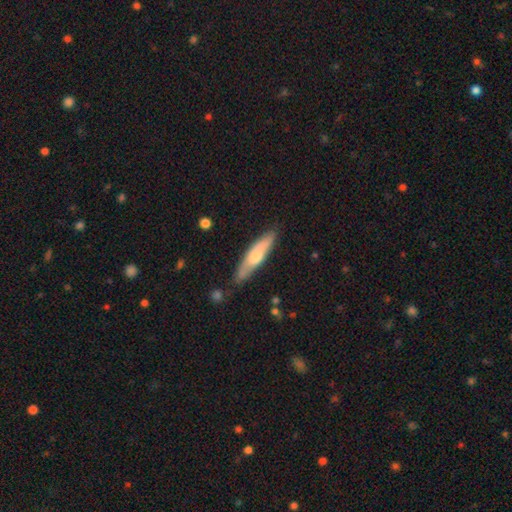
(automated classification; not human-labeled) A smooth galaxy with no disk features (47%, tied with featured or disk).

Vote fractions:
- Smooth or featured? smooth: 47% (tied) / featured or disk: 47% (tied) / star or artifact: 6%
- Merging? none: 83% / minor disturbance: 12% / merger: 3% / major disturbance: 2%